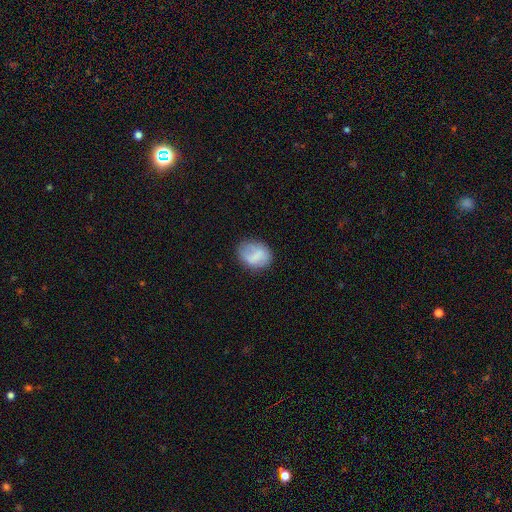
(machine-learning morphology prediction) This appears to be a smooth galaxy with no disk features (71%) that is in between round and cigar-shaped (56%). Merging: none (65%).